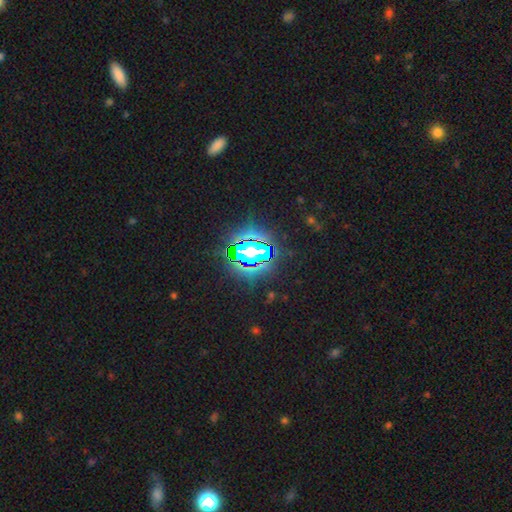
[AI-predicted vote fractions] star or artifact 82%, smooth 11%, featured or disk 7%.